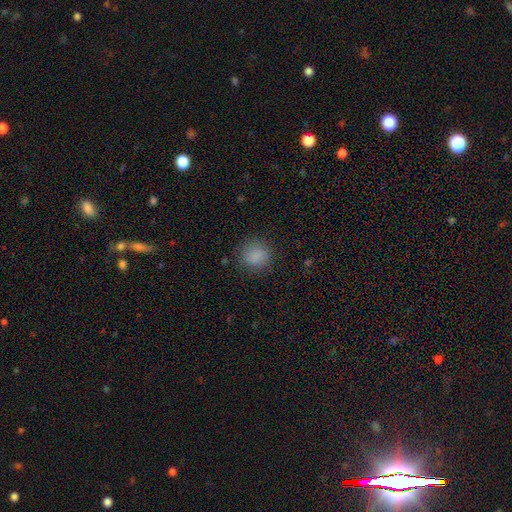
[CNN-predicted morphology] Smooth or featured: smooth — 85% (star or artifact — 10%)
How rounded: round — 86% (in between — 13%)
Merging: none — 84% (minor disturbance — 11%)